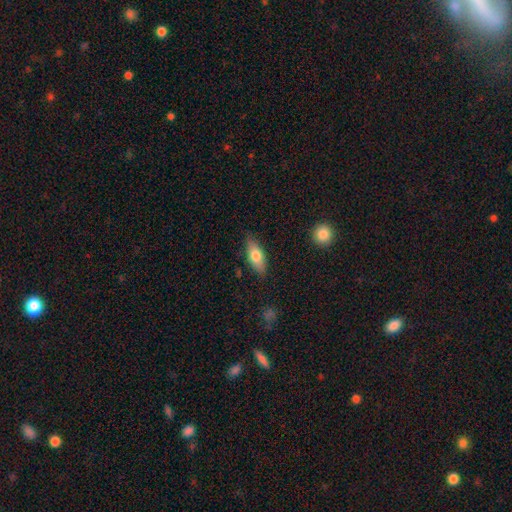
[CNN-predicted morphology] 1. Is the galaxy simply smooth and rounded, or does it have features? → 72% smooth, 22% featured or disk, 6% star or artifact.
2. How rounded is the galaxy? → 76% in between, 21% cigar-shaped, 3% round.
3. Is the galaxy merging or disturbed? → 83% none, 13% minor disturbance, 3% major disturbance, 1% merger.